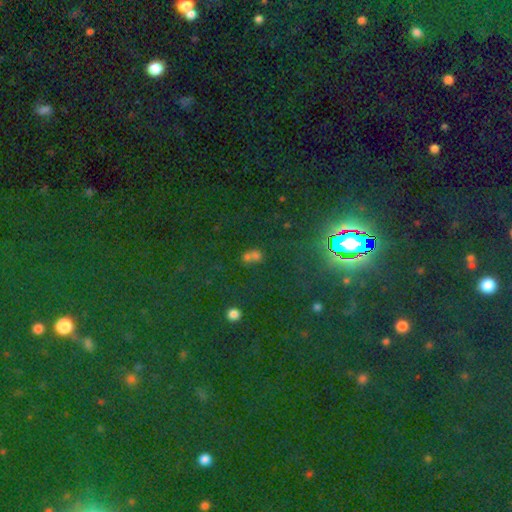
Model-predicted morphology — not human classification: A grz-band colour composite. It shows a star or artifact, not a galaxy (47%).